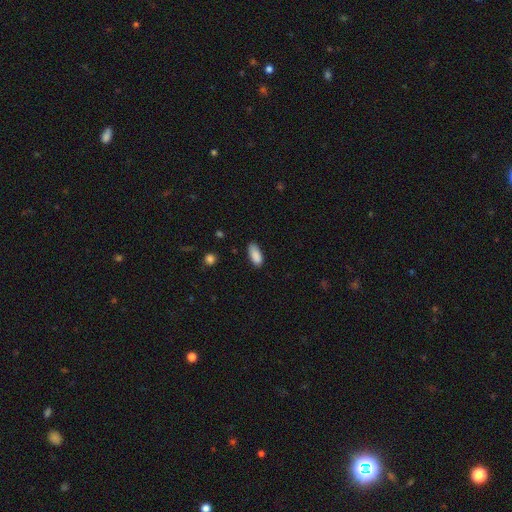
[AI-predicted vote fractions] Smooth or featured? smooth (88%)
How rounded? in between (84%)
Merging? none (75%)